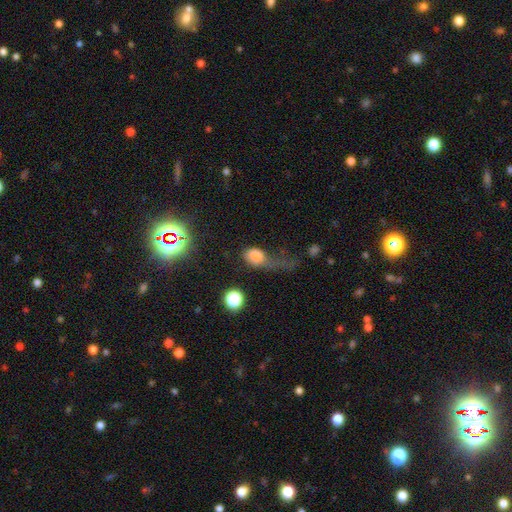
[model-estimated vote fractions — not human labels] This appears to be a smooth galaxy with no disk features (72%) that is in between round and cigar-shaped (67%). Merging: major disturbance (58%).